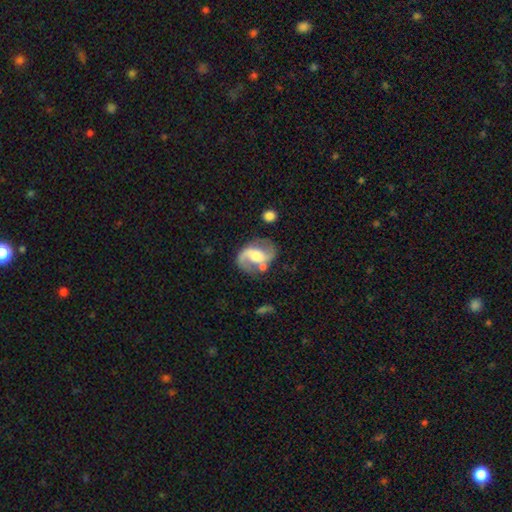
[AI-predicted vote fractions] smooth_or_featured: featured or disk (p=0.88) [alt: smooth p=0.07]
disk_edge_on: no (p=0.98) [alt: yes p=0.02]
bar: weak (p=0.41) [alt: no p=0.39]
has_spiral_arms: yes (p=0.97) [alt: no p=0.03]
spiral_winding: medium (p=0.51) [alt: loose p=0.37]
spiral_arm_count: 2 (p=0.92) [alt: 1 p=0.03]
bulge_size: moderate (p=0.56) [alt: small p=0.19]
merging: none (p=0.72) [alt: minor disturbance p=0.15]